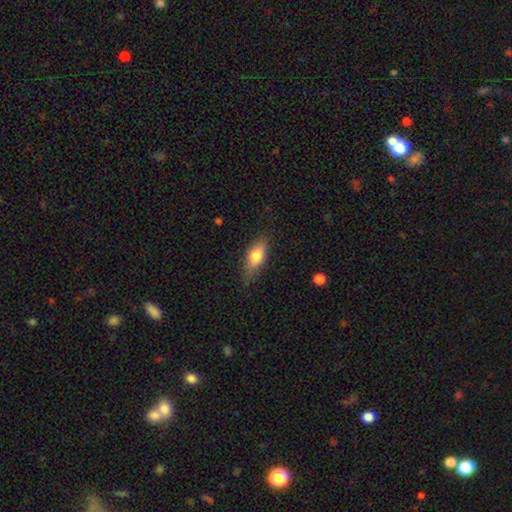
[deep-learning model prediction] A smooth galaxy with no disk features (73%) that is in between round and cigar-shaped (75%).

Vote fractions:
- Smooth or featured? smooth: 73% / featured or disk: 21% / star or artifact: 7%
- How rounded? in between: 75% / cigar-shaped: 21% / round: 4%
- Merging? none: 74% / minor disturbance: 20% / major disturbance: 4% / merger: 1%